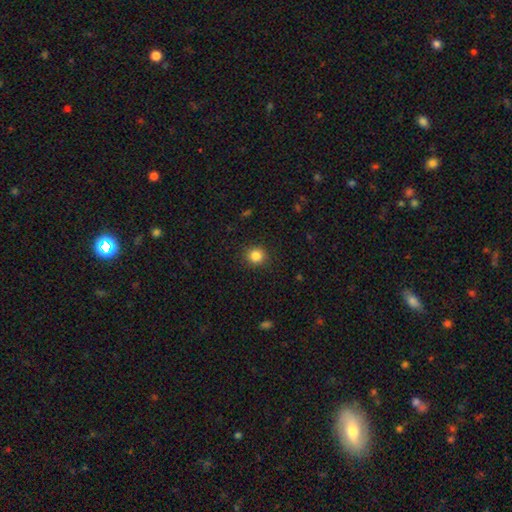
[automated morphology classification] smooth-or-featured: smooth: 85% | star or artifact: 11% | featured or disk: 4%
  how-rounded: round: 91% | in between: 8% | cigar-shaped: 1%
  merging: none: 91% | minor disturbance: 6% | major disturbance: 2% | merger: 1%